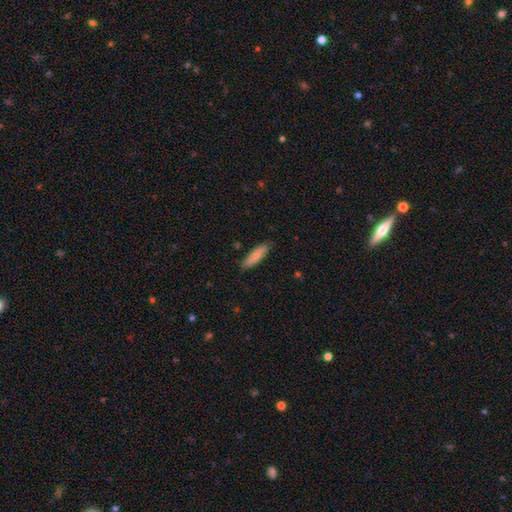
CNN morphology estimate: A smooth galaxy with no disk features (84%) that is cigar-shaped (64%). Merging: none (84%).